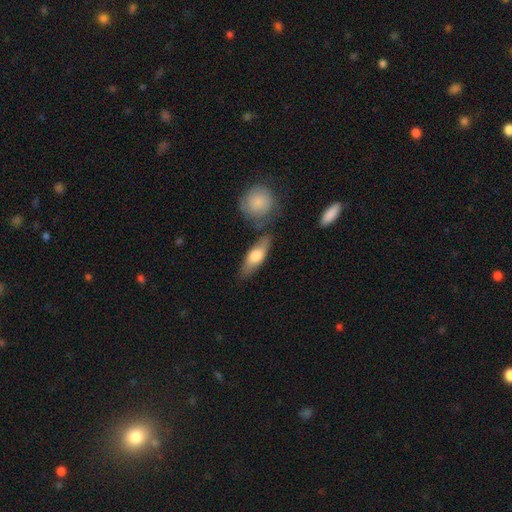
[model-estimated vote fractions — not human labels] Smooth or featured?
  - smooth: 66% *
  - featured or disk: 29%
  - star or artifact: 5%
How rounded?
  - in between: 61% *
  - cigar-shaped: 35%
  - round: 4%
Merging?
  - none: 71% *
  - minor disturbance: 15%
  - merger: 10%
  - major disturbance: 4%